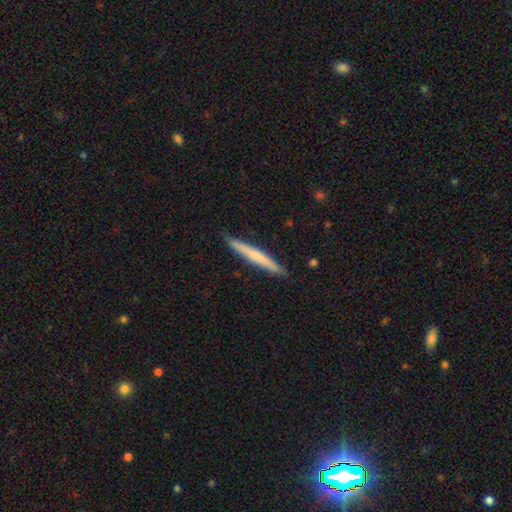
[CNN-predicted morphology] type=smooth (55%); roundness=cigar-shaped (96%); merging=none (90%).